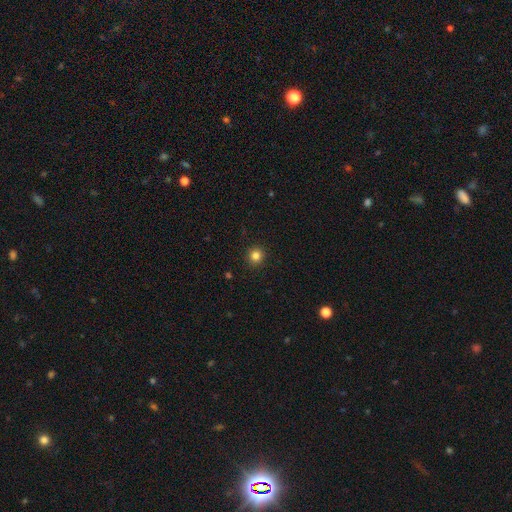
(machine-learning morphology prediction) A smooth galaxy with no disk features (83%) that is round (94%).

Vote fractions:
- Smooth or featured? smooth: 83% / star or artifact: 13% / featured or disk: 4%
- How rounded? round: 94% / in between: 5% / cigar-shaped: 1%
- Merging? none: 92% / minor disturbance: 5% / major disturbance: 2% / merger: 1%